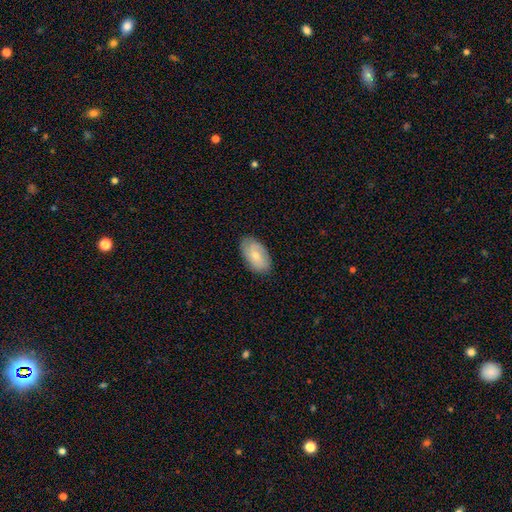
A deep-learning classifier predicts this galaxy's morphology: Overall: smooth (63%; featured or disk 31%). How rounded: in between (93%). Merging: none (81%).